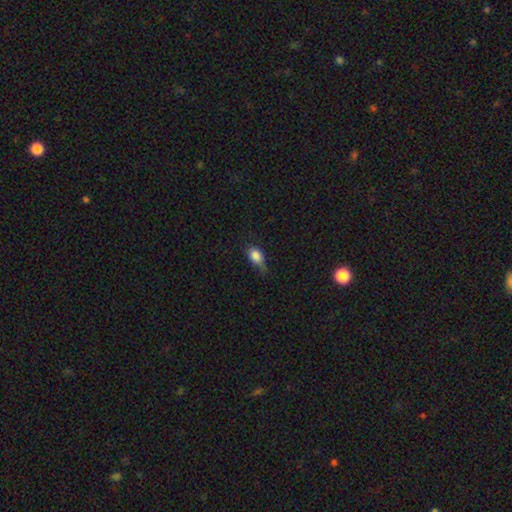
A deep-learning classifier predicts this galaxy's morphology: Overall: smooth (83%). How rounded: in between (75%). Merging: minor disturbance (42%; none 40%).